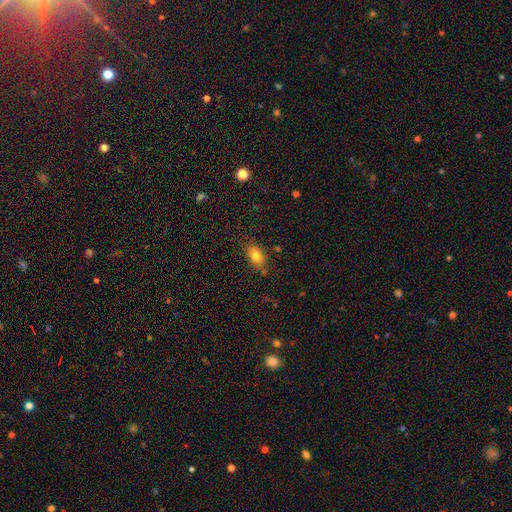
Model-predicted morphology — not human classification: smooth 81%, star or artifact 10%, featured or disk 10%. Down the decision tree: how rounded — in between (86%); merging — none (80%).